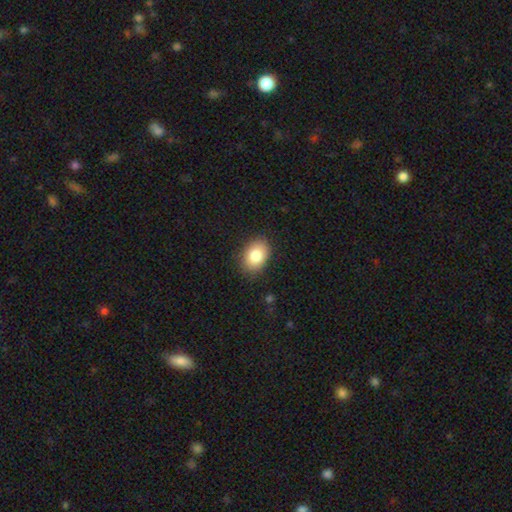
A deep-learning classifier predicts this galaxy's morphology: smooth-or-featured: smooth: 84% | featured or disk: 9% | star or artifact: 8%
  how-rounded: in between: 80% | round: 19% | cigar-shaped: 1%
  merging: none: 86% | minor disturbance: 11% | major disturbance: 3% | merger: 1%